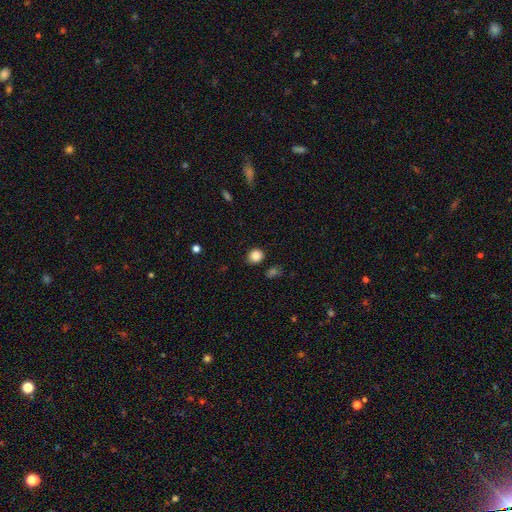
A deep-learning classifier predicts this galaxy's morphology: Q: Smooth or featured?
A: smooth (86%); runner-up: star or artifact (11%)
Q: How rounded?
A: round (77%); runner-up: in between (22%)
Q: Merging?
A: none (82%); runner-up: minor disturbance (12%)